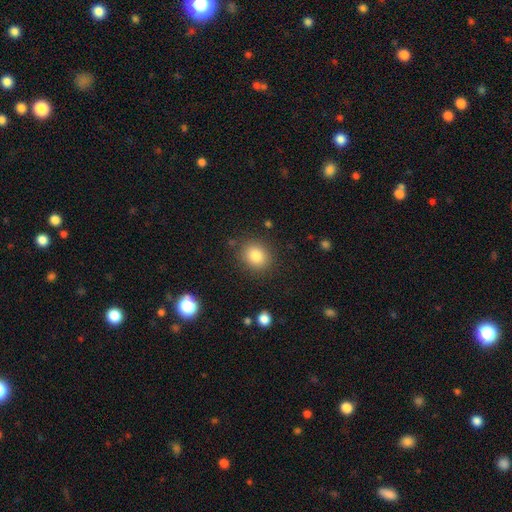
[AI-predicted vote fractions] Smooth or featured?
  - smooth: 83% *
  - star or artifact: 10%
  - featured or disk: 7%
How rounded?
  - round: 71% *
  - in between: 28%
  - cigar-shaped: 1%
Merging?
  - none: 86% *
  - minor disturbance: 9%
  - major disturbance: 3%
  - merger: 2%